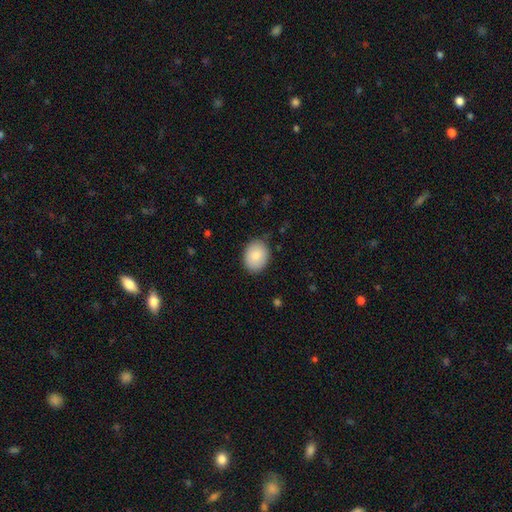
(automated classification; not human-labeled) The model was most divided on "how rounded": in between: 57%, round: 42%, cigar-shaped: 1%. More confident: smooth or featured — smooth (85%); merging — none (83%).